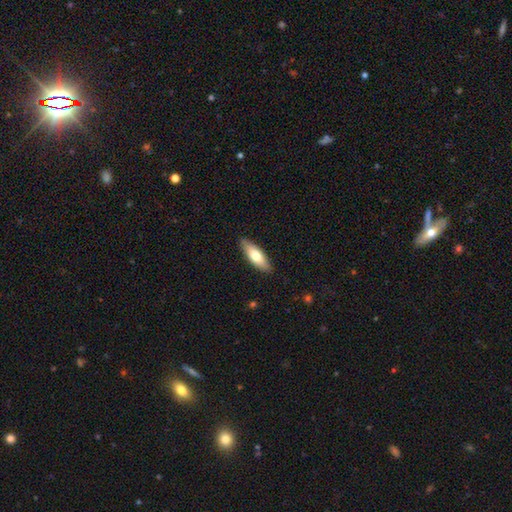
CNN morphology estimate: Smooth or featured? Predicted: smooth (p=0.68). How rounded? Predicted: in between (p=0.58). Merging? Predicted: none (p=0.88).